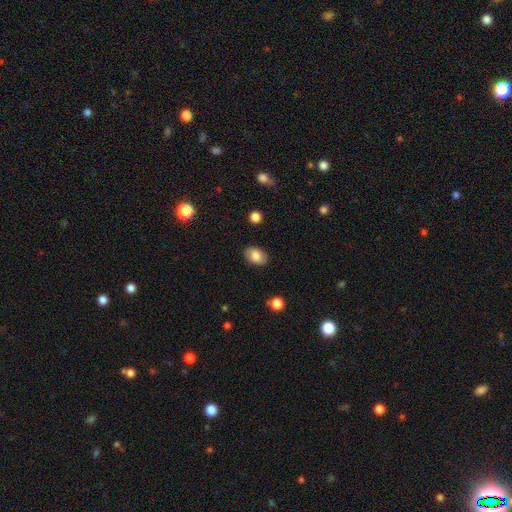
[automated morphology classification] Smooth or featured? smooth (80%)
How rounded? in between (85%)
Merging? none (85%)